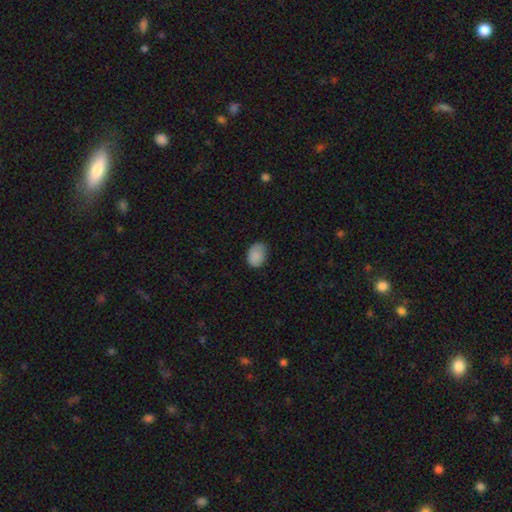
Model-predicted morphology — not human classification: A smooth galaxy with no disk features (86%) that is in between round and cigar-shaped (73%).

Vote fractions:
- Smooth or featured? smooth: 86% / star or artifact: 8% / featured or disk: 6%
- How rounded? in between: 73% / round: 26% / cigar-shaped: 1%
- Merging? none: 66% / minor disturbance: 28% / major disturbance: 5% / merger: 1%